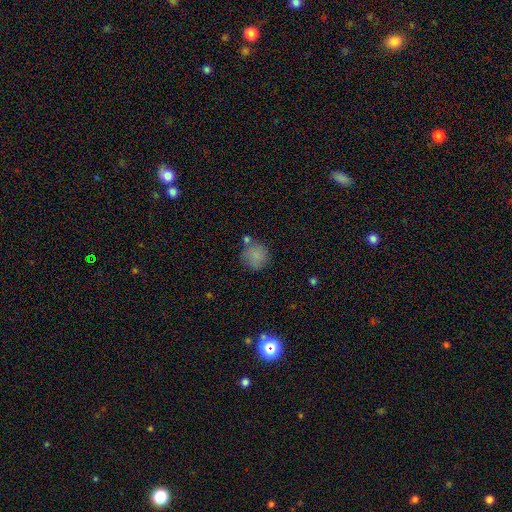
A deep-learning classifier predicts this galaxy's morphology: Overall: smooth (82%). How rounded: round (90%). Merging: none (67%).